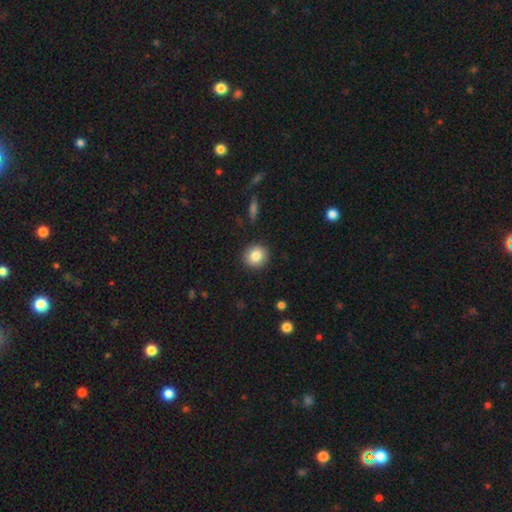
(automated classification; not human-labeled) This appears to be a smooth galaxy with no disk features (85%) that is round (90%). Merging: none (91%).